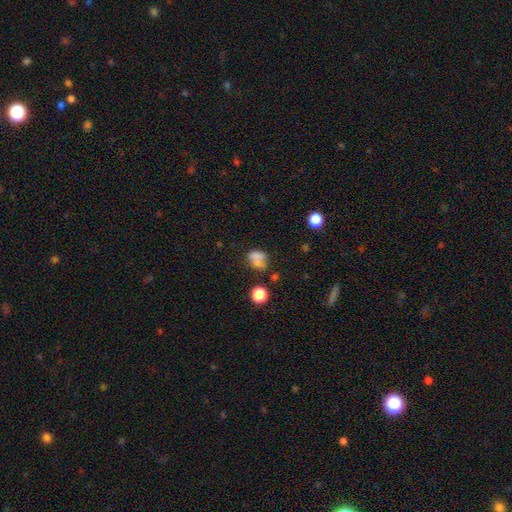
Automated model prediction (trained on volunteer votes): A smooth galaxy with no disk features (66%) that is in between round and cigar-shaped (58%). Merging: none (39%).